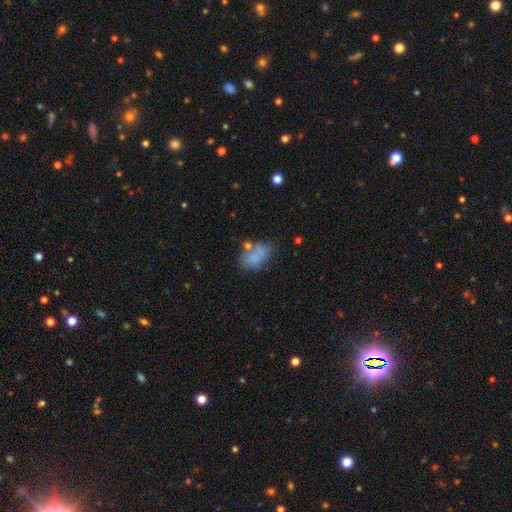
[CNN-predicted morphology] Q: Smooth or featured?
A: smooth (70%); runner-up: featured or disk (18%)
Q: How rounded?
A: in between (86%); runner-up: round (12%)
Q: Merging?
A: none (44%); runner-up: minor disturbance (23%)